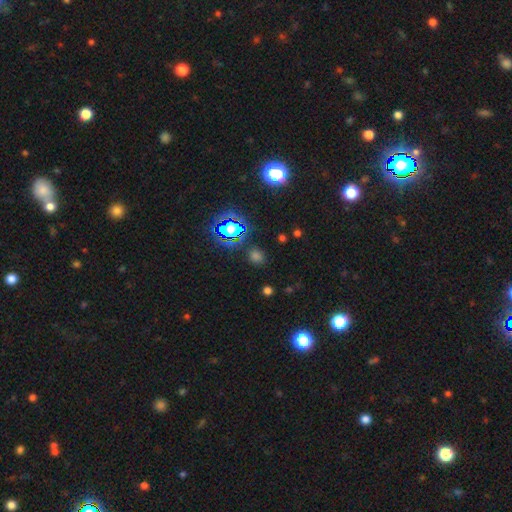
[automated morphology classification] smooth 50%, star or artifact 43%, featured or disk 6%. Down the decision tree: how rounded — round (75%); merging — none (83%).